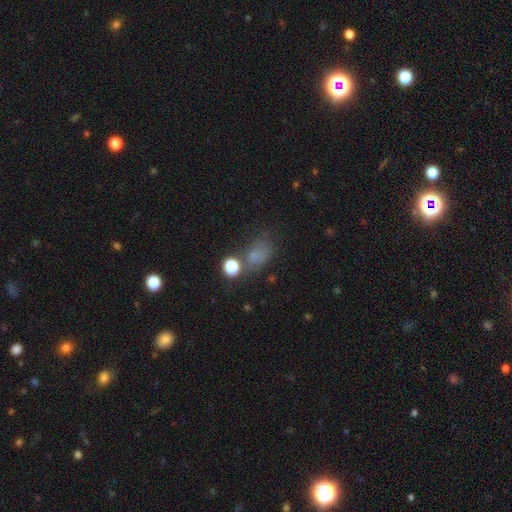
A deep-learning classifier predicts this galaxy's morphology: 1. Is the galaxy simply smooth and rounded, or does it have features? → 61% smooth, 28% star or artifact, 10% featured or disk.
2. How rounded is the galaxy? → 63% in between, 35% round, 2% cigar-shaped.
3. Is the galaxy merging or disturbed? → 53% none, 20% minor disturbance, 14% major disturbance, 12% merger.